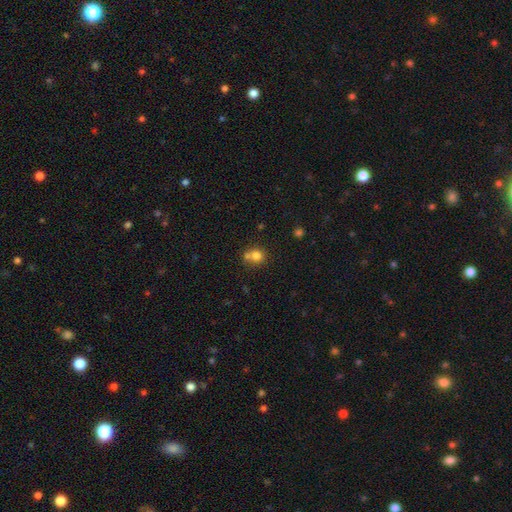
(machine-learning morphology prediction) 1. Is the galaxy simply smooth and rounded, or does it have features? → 77% smooth, 12% star or artifact, 11% featured or disk.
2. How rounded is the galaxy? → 81% round, 18% in between, 1% cigar-shaped.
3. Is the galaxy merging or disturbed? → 47% none, 40% merger, 10% minor disturbance, 3% major disturbance.